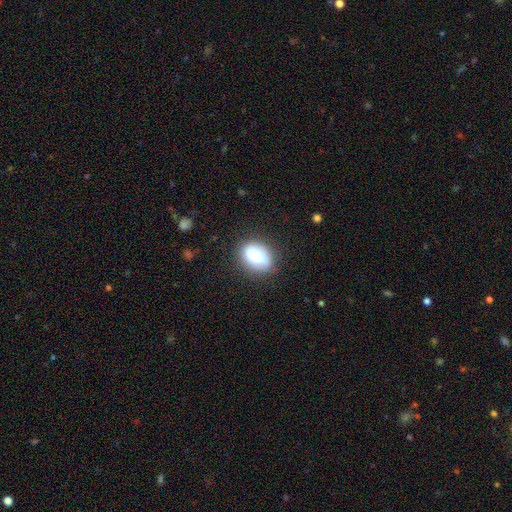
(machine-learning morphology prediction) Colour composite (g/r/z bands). It shows a smooth galaxy with no disk features (83%) that is in between round and cigar-shaped (77%). Merging: none (79%).